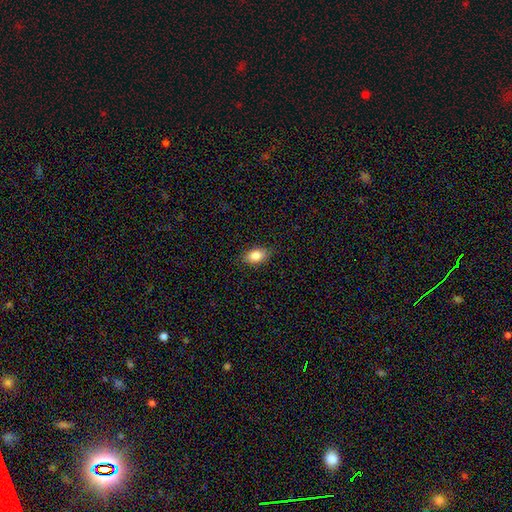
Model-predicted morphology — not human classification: Overall: smooth (85%). How rounded: in between (89%). Merging: none (86%).